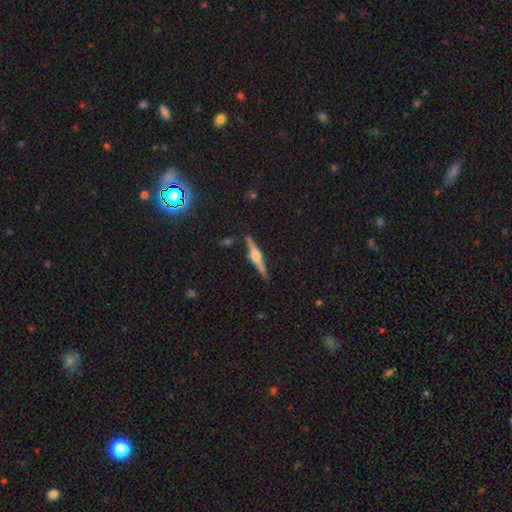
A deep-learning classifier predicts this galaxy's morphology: featured or disk 77%, smooth 16%, star or artifact 6%. Down the decision tree: edge-on disk — yes (98%); edge-on bulge — rounded (91%); merging — none (88%).